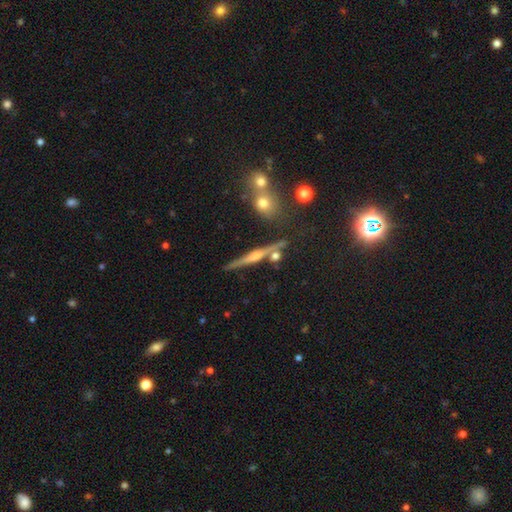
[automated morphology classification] The model was most divided on "edge-on bulge": rounded: 66%, none: 19%, boxy: 15%. More confident: edge-on disk — yes (96%); merging — none (80%); smooth or featured — featured or disk (68%).